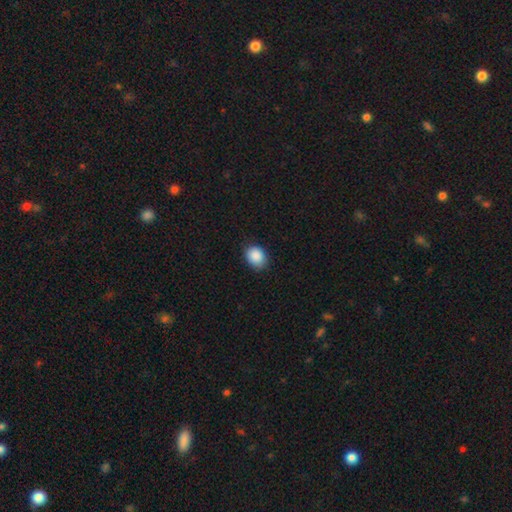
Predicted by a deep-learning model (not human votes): Smooth or featured? smooth (89%)
How rounded? round (50%)
Merging? none (83%)